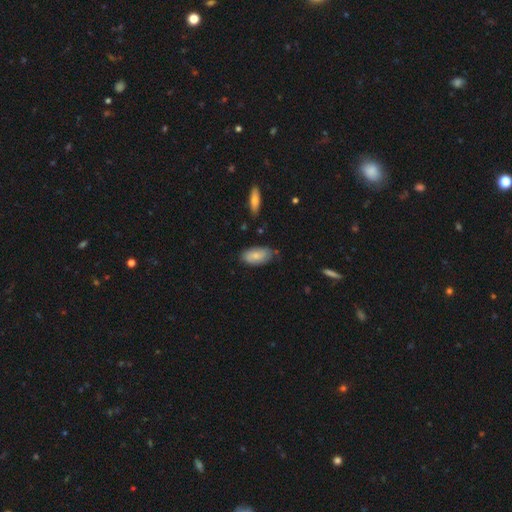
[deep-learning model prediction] This appears to be a smooth galaxy with no disk features (74%) that is in between round and cigar-shaped (93%). Merging: none (69%).